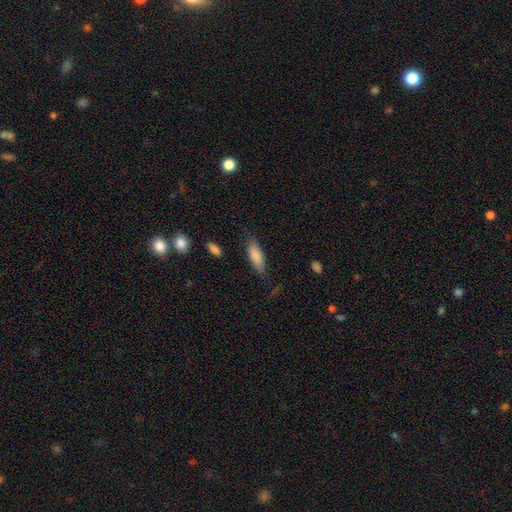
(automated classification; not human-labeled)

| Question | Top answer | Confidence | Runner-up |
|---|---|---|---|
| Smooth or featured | smooth | 85% | featured or disk (9%) |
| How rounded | in between | 65% | cigar-shaped (33%) |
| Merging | none | 74% | minor disturbance (19%) |